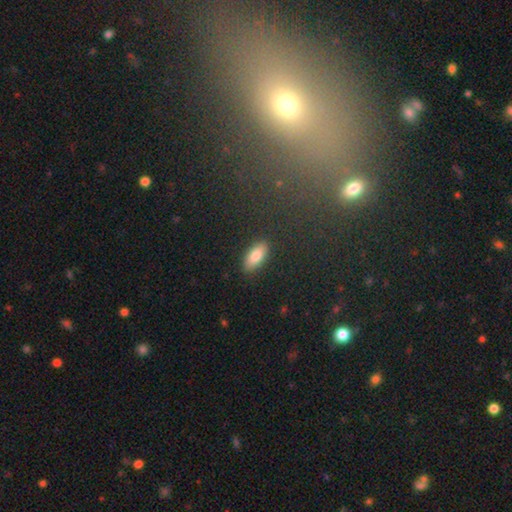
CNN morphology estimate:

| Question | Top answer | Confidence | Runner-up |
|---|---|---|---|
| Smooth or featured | smooth | 84% | featured or disk (9%) |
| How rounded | in between | 86% | cigar-shaped (12%) |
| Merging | none | 88% | minor disturbance (9%) |